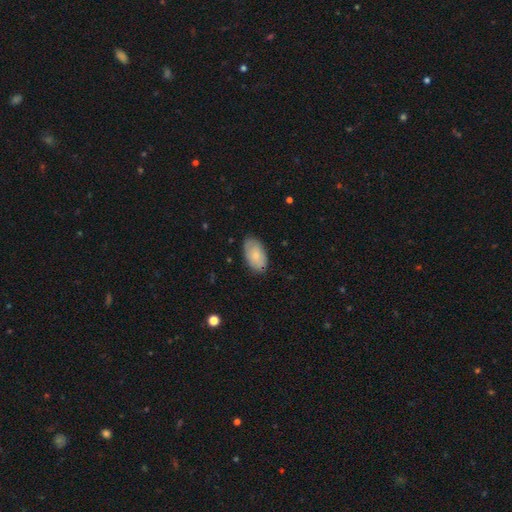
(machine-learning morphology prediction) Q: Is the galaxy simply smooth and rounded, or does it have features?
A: smooth — 78%.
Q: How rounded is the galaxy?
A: in between — 94%.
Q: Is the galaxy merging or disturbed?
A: none — 81%.